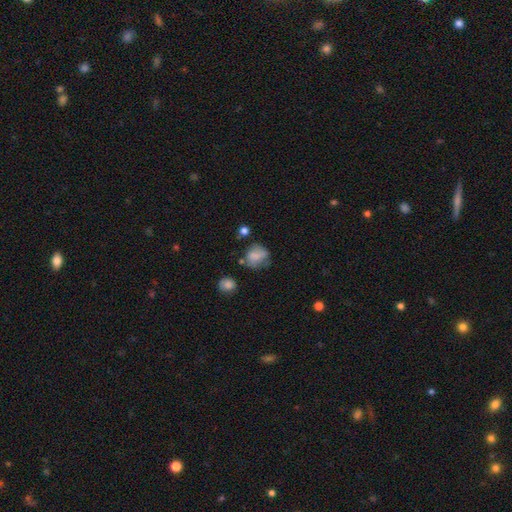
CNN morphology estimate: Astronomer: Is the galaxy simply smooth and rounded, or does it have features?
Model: smooth — 69%.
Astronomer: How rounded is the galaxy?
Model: round — 64%.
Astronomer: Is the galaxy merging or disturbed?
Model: none — 48% (runner-up: minor disturbance, 28%).